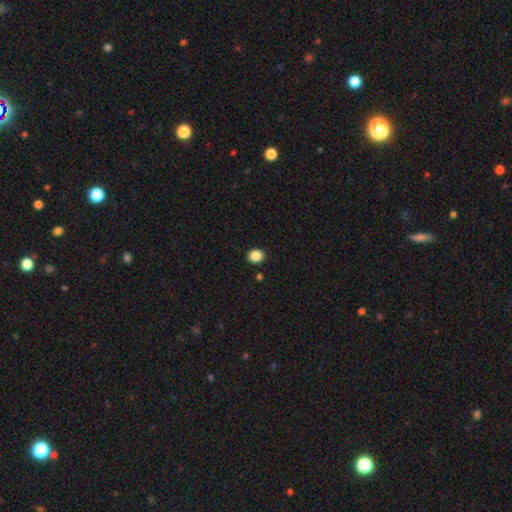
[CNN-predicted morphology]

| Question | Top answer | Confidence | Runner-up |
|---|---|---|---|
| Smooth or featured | smooth | 88% | star or artifact (9%) |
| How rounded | round | 67% | in between (32%) |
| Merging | none | 90% | minor disturbance (6%) |